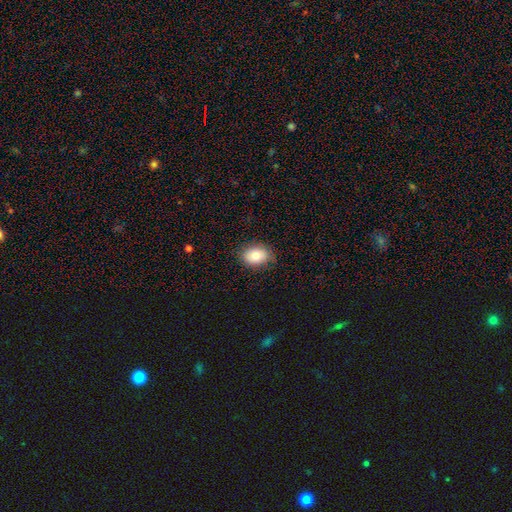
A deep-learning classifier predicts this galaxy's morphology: Q: Smooth or featured?
A: smooth (80%); runner-up: featured or disk (12%)
Q: How rounded?
A: in between (73%); runner-up: round (26%)
Q: Merging?
A: none (81%); runner-up: minor disturbance (15%)